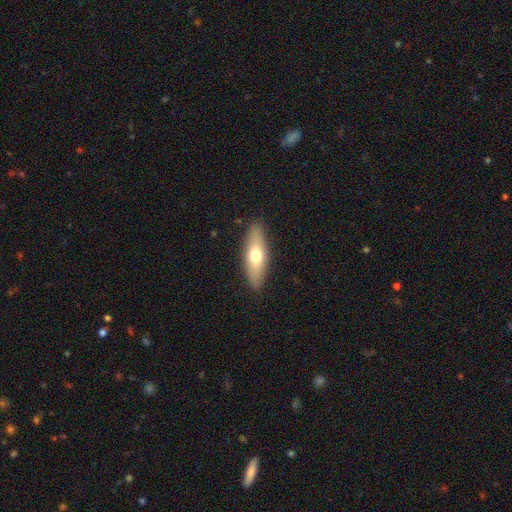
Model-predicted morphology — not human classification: Q: Smooth or featured?
A: smooth (63%); runner-up: featured or disk (31%)
Q: How rounded?
A: in between (51%); runner-up: cigar-shaped (46%)
Q: Merging?
A: none (88%); runner-up: minor disturbance (9%)